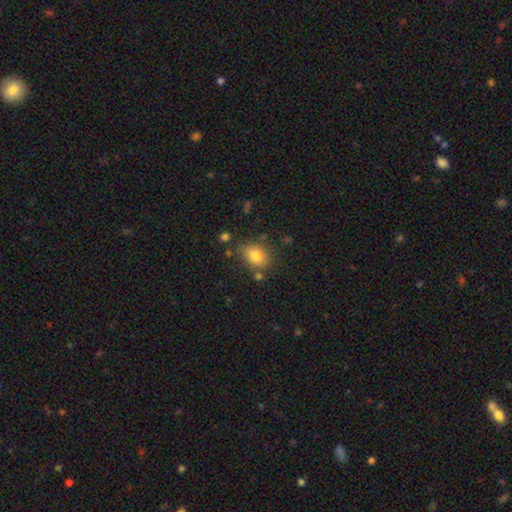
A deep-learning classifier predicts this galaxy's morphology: The model was most divided on "how rounded": in between: 73%, round: 25%, cigar-shaped: 1%. More confident: smooth or featured — smooth (81%); merging — none (75%).